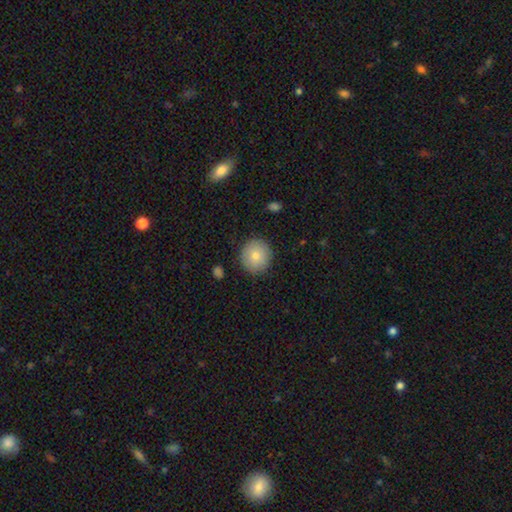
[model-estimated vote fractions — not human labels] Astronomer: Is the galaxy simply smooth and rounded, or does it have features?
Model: smooth — 81%.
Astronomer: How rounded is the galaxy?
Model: round — 91%.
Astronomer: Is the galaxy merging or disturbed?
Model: none — 89%.